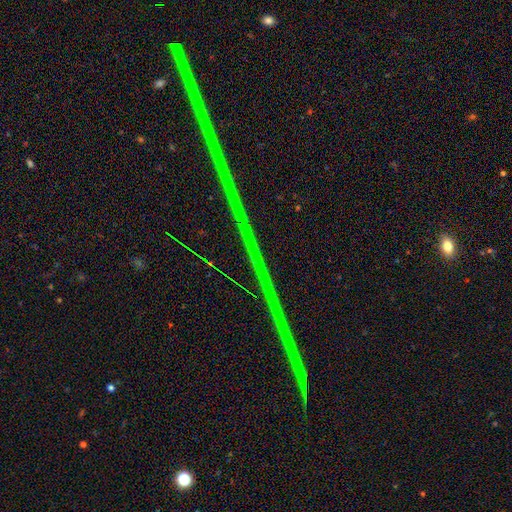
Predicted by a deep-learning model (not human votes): smooth-or-featured: star or artifact: 88% | featured or disk: 7% | smooth: 4%